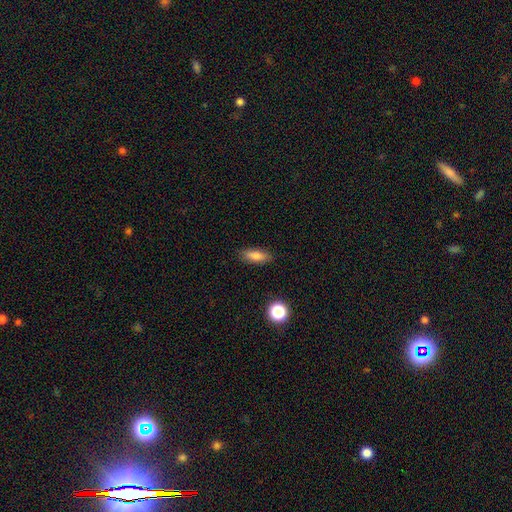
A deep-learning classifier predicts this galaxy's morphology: This appears to be a smooth galaxy with no disk features (81%) that is in between round and cigar-shaped (65%). Merging: none (87%).